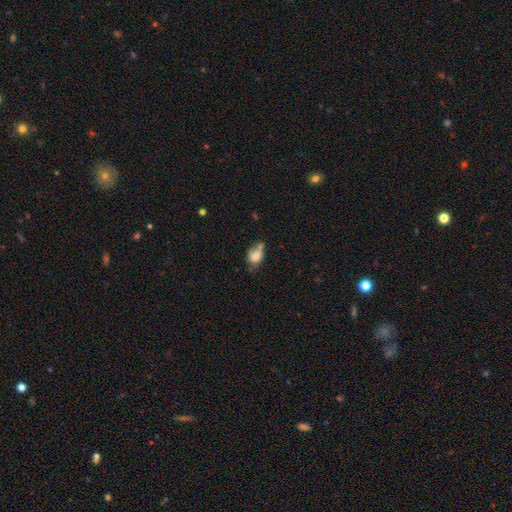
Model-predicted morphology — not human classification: Smooth or featured: smooth — 73% (featured or disk — 17%)
How rounded: in between — 68% (round — 31%)
Merging: none — 32% (merger — 28%)